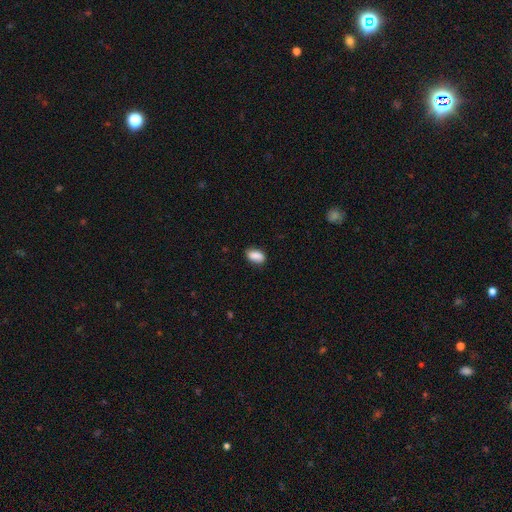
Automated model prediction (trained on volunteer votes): Smooth or featured: smooth — 87% (star or artifact — 7%)
How rounded: in between — 89% (round — 6%)
Merging: none — 83% (minor disturbance — 13%)